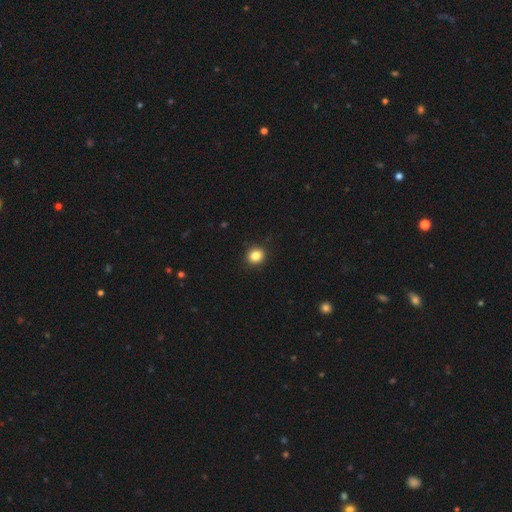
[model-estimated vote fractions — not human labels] Smooth or featured? Predicted: smooth (p=0.85). How rounded? Predicted: round (p=0.83). Merging? Predicted: none (p=0.90).